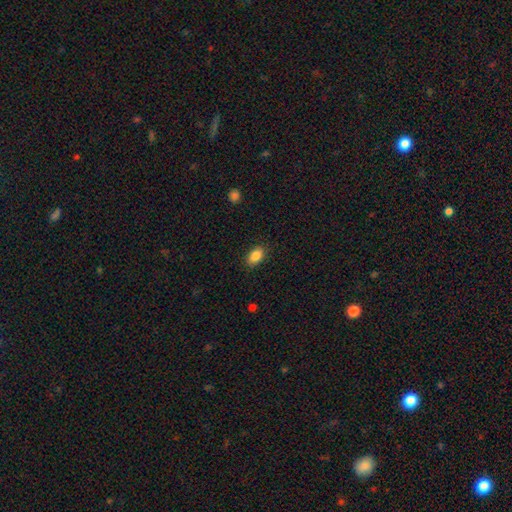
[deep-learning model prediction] Smooth or featured: smooth — 88% (star or artifact — 8%)
How rounded: in between — 89% (round — 9%)
Merging: none — 87% (minor disturbance — 10%)